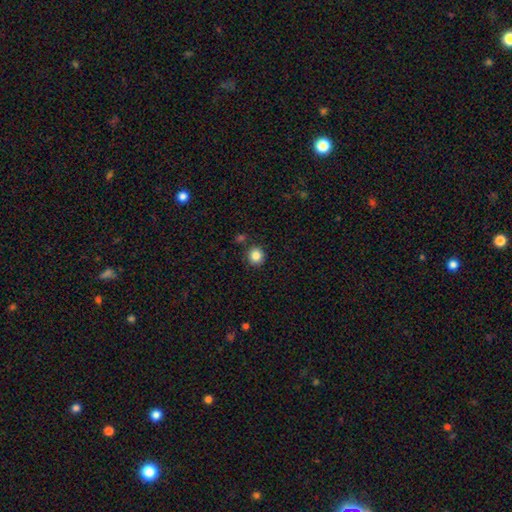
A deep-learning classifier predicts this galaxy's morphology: A smooth galaxy with no disk features (85%) that is round (91%).

Vote fractions:
- Smooth or featured? smooth: 85% / star or artifact: 10% / featured or disk: 5%
- How rounded? round: 91% / in between: 8% / cigar-shaped: 1%
- Merging? none: 87% / minor disturbance: 7% / merger: 4% / major disturbance: 2%